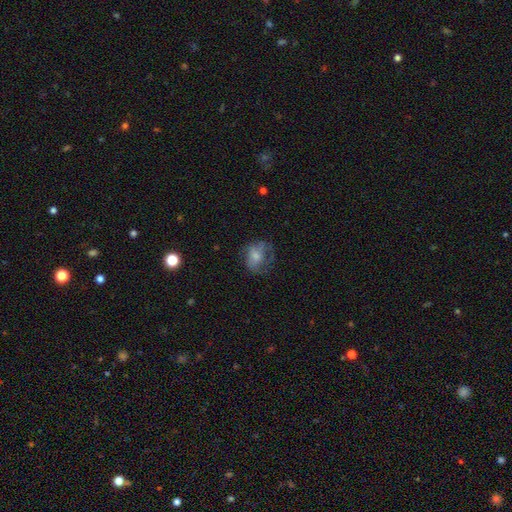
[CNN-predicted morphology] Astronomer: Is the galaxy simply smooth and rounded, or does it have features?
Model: smooth — 52% (runner-up: featured or disk, 37%).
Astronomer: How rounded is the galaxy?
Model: in between — 53% (runner-up: round, 46%).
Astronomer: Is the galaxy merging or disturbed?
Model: none — 45% (runner-up: major disturbance, 29%).